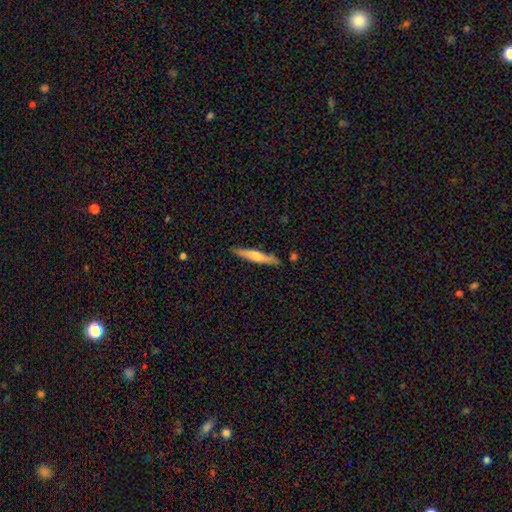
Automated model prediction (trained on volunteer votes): Q: Smooth or featured?
A: smooth (51%); runner-up: featured or disk (44%)
Q: How rounded?
A: cigar-shaped (90%); runner-up: in between (8%)
Q: Merging?
A: none (87%); runner-up: minor disturbance (9%)